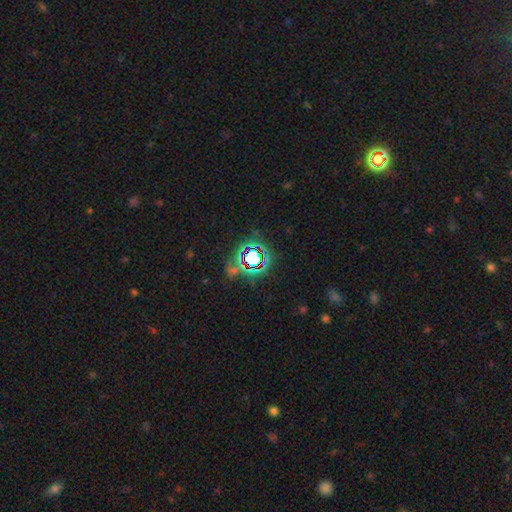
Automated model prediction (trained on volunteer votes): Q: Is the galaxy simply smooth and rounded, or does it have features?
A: star or artifact — 78%.